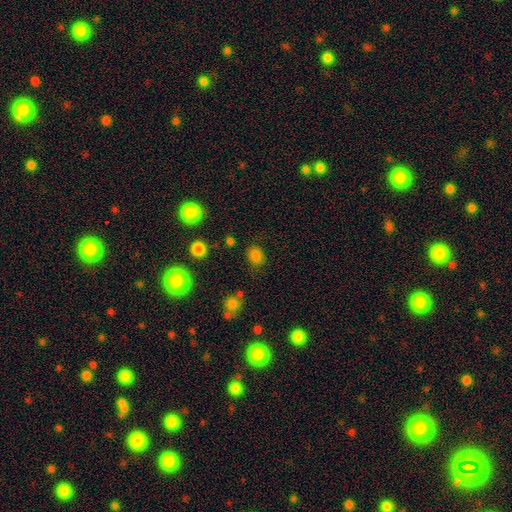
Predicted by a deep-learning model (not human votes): This appears to be a smooth galaxy with no disk features (79%) that is round (54%). Merging: none (78%).